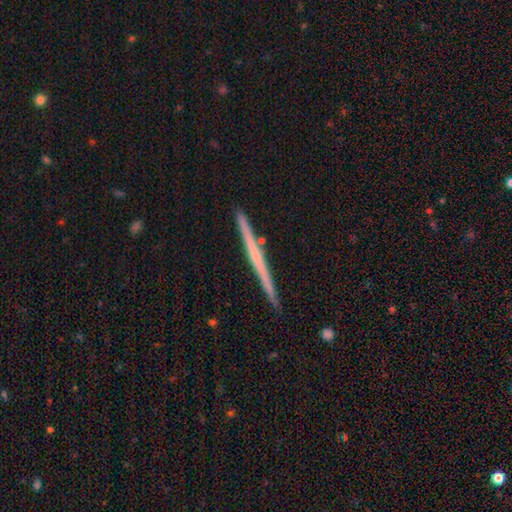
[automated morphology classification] Q: Smooth or featured?
A: featured or disk (64%); runner-up: smooth (31%)
Q: Edge-on disk?
A: yes (98%); runner-up: no (2%)
Q: Edge-on bulge?
A: none (77%); runner-up: rounded (18%)
Q: Merging?
A: none (91%); runner-up: minor disturbance (6%)